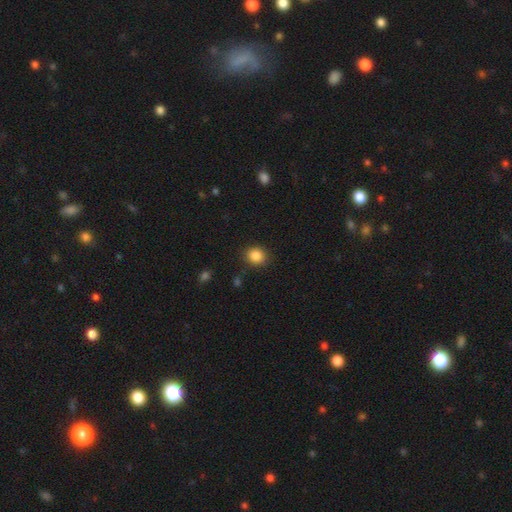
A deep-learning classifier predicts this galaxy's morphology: Smooth or featured? smooth (86%)
How rounded? round (73%)
Merging? none (86%)